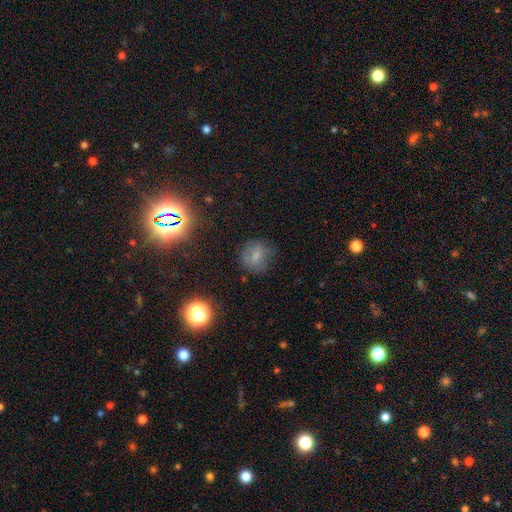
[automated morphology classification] Smooth or featured? smooth (69%)
How rounded? round (77%)
Merging? none (70%)